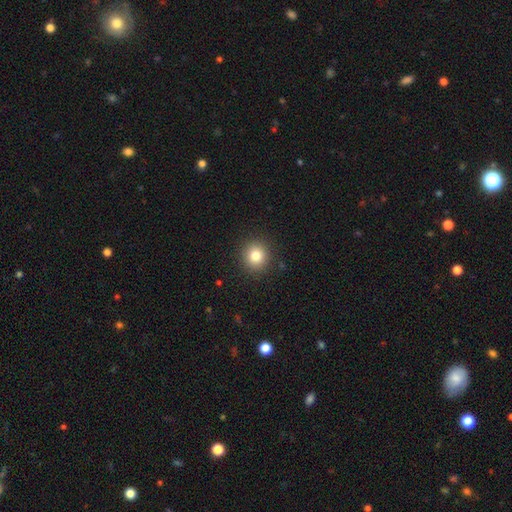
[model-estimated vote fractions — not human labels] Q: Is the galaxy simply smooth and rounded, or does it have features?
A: smooth — 82%.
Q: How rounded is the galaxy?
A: round — 91%.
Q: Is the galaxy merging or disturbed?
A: none — 91%.